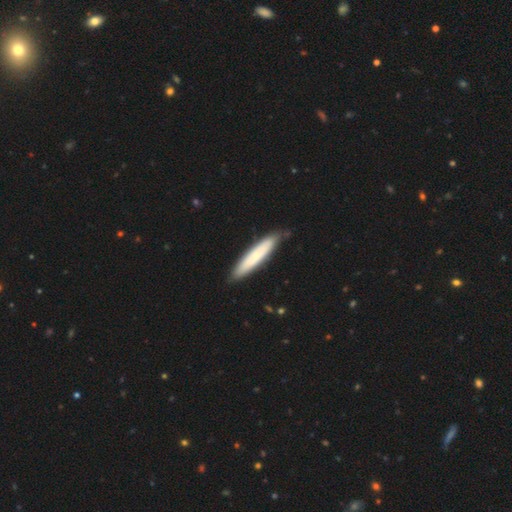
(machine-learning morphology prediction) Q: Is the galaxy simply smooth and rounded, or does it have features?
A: smooth — 69%.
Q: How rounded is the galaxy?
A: cigar-shaped — 88%.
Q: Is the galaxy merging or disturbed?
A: none — 83%.